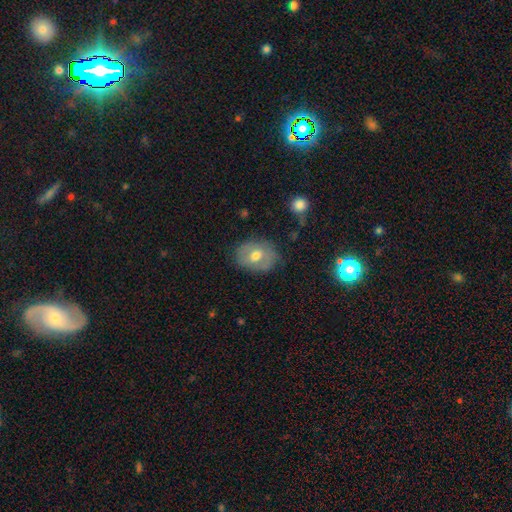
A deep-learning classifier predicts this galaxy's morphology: smooth_or_featured: smooth (p=0.49) [alt: featured or disk p=0.41]
merging: none (p=0.75) [alt: minor disturbance p=0.18]